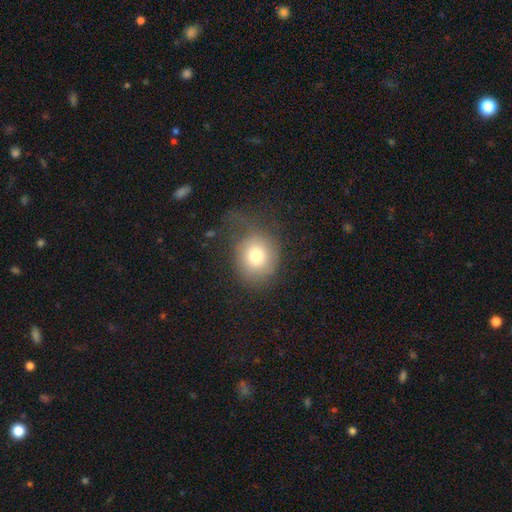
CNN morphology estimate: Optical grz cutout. It shows a smooth galaxy with no disk features (75%) that is round (72%). Merging: none (46%).